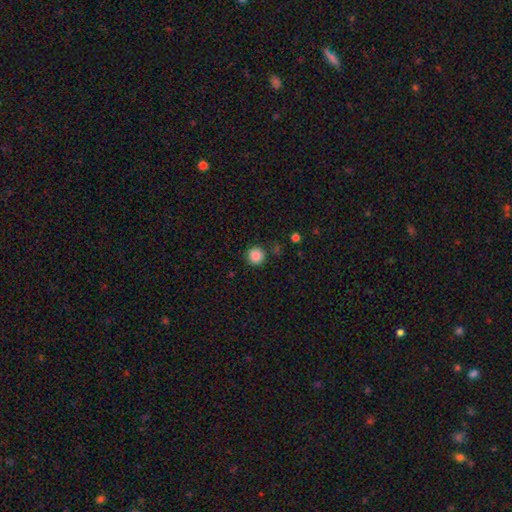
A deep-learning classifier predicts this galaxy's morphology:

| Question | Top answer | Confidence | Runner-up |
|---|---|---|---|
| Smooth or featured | smooth | 87% | star or artifact (10%) |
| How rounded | round | 95% | in between (4%) |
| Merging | none | 88% | minor disturbance (7%) |